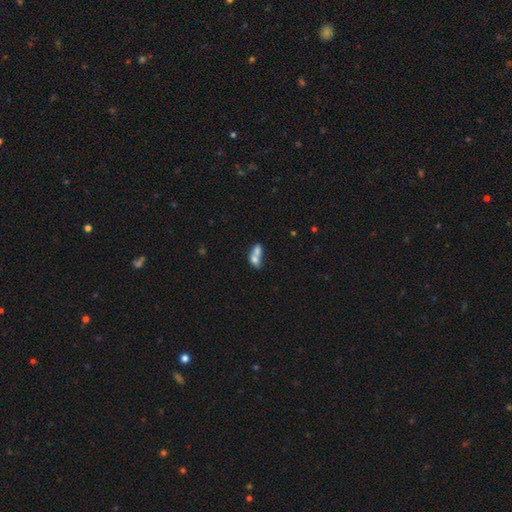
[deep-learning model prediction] The model was most divided on "how rounded": in between: 68%, round: 27%, cigar-shaped: 5%. More confident: merging — merger (75%); smooth or featured — smooth (67%).